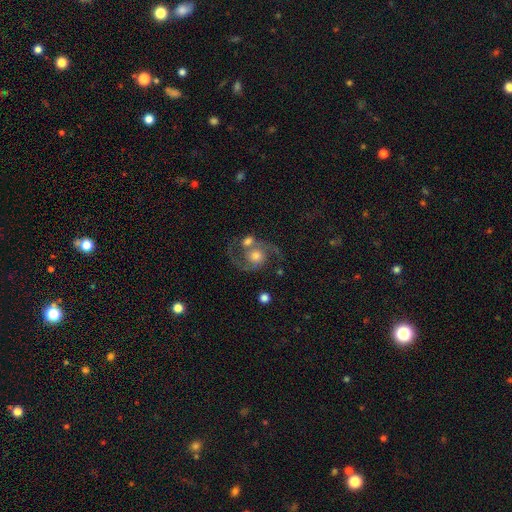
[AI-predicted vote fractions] smooth-or-featured: featured or disk: 84% | smooth: 9% | star or artifact: 7%
  disk-edge-on: no: 98% | yes: 2%
    bar: no: 72% | weak: 23% | strong: 5%
    has-spiral-arms: yes: 96% | no: 4%
      spiral-winding: medium: 57% | loose: 29% | tight: 15%
      spiral-arm-count: 2: 92% | 1: 3% | can't tell: 2% | 3: 1% | 4: 1% | more than 4: 1%
    bulge-size: moderate: 58% | large: 22% | small: 14% | none: 4% | dominant: 2%
  merging: none: 49% | merger: 28% | minor disturbance: 13% | major disturbance: 10%